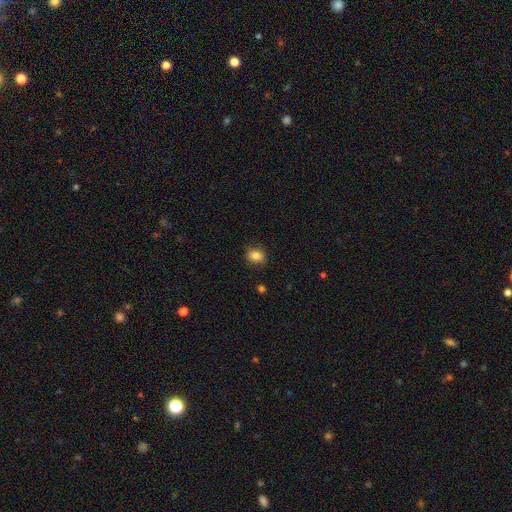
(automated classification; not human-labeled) This appears to be a smooth galaxy with no disk features (84%) that is round (50%). Merging: none (84%).